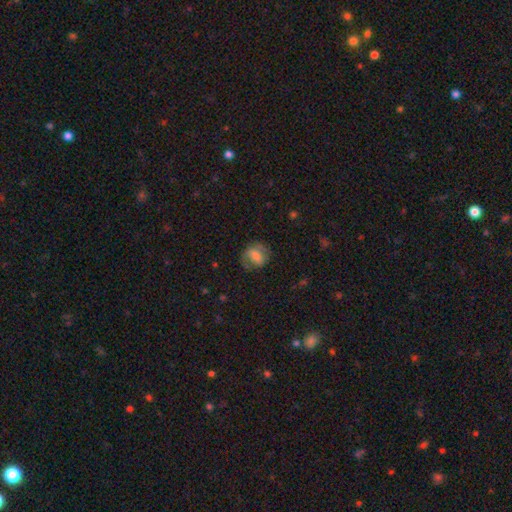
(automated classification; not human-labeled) Overall: smooth (57%; featured or disk 35%). How rounded: round (53%; in between 45%). Merging: none (63%).